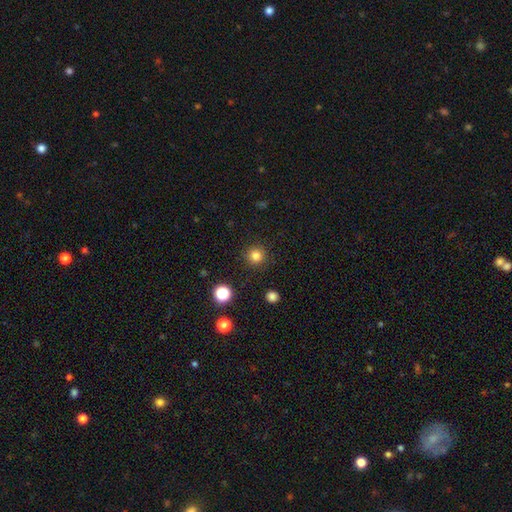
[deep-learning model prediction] A smooth galaxy with no disk features (82%) that is round (95%).

Vote fractions:
- Smooth or featured? smooth: 82% / star or artifact: 14% / featured or disk: 5%
- How rounded? round: 95% / in between: 4% / cigar-shaped: 1%
- Merging? none: 90% / minor disturbance: 6% / major disturbance: 2% / merger: 1%